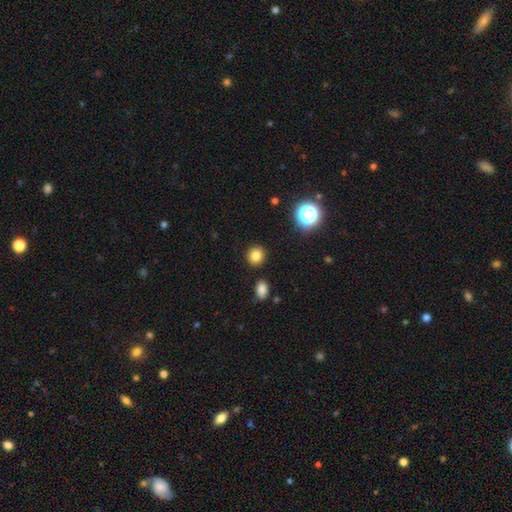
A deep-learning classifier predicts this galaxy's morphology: type=smooth (83%); roundness=round (88%); merging=none (89%).